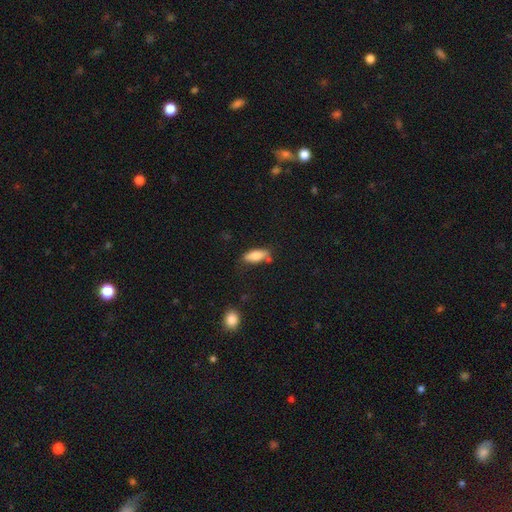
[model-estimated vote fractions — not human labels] smooth 81%, featured or disk 12%, star or artifact 7%. Down the decision tree: how rounded — in between (76%); merging — none (64%).